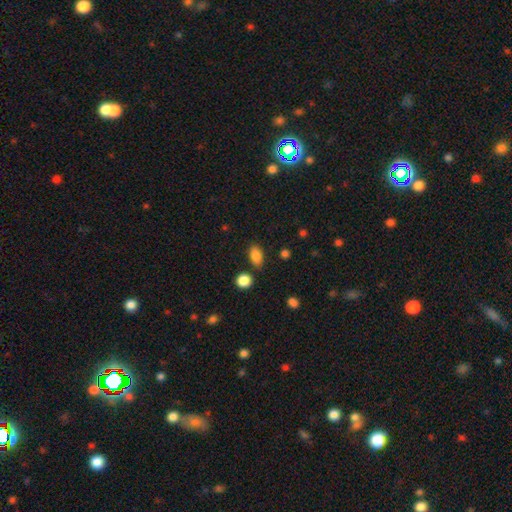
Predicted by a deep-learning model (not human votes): smooth_or_featured: smooth (p=0.86) [alt: star or artifact p=0.09]
how_rounded: in between (p=0.87) [alt: round p=0.09]
merging: none (p=0.82) [alt: minor disturbance p=0.11]